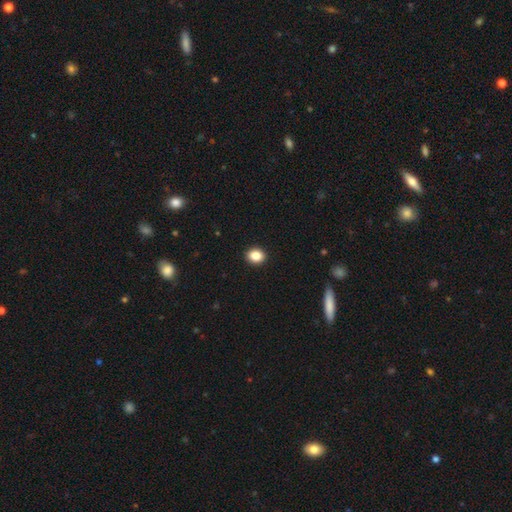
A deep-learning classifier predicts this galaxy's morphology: type=smooth (87%); roundness=round (52%); merging=none (92%).